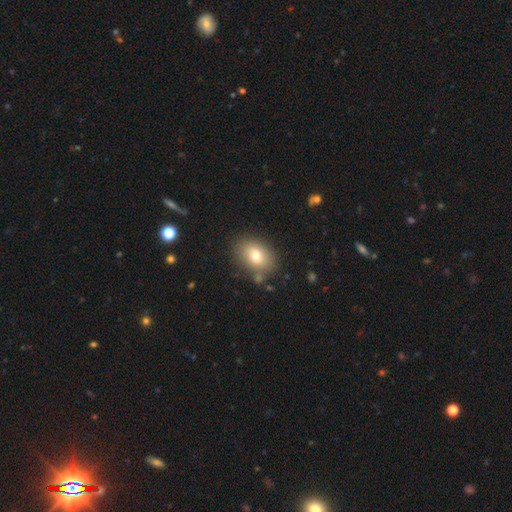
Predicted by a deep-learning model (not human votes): A smooth galaxy with no disk features (76%) that is in between round and cigar-shaped (80%). Merging: none (79%).